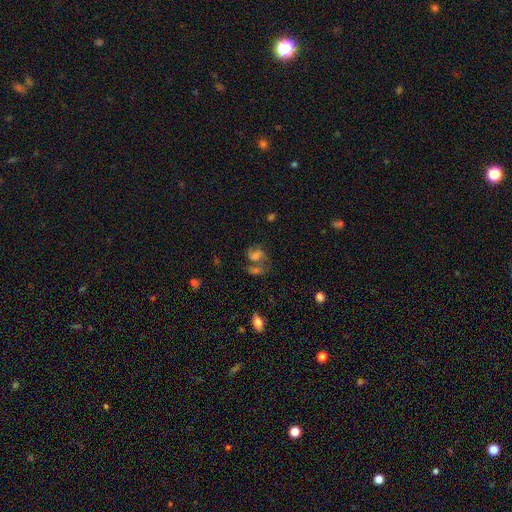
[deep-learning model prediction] A featured or disk galaxy (52%) with no bar (53%), spiral arms (83%) and a moderate central bulge (35%).

Vote fractions:
- Smooth or featured? featured or disk: 52% / smooth: 34% / star or artifact: 13%
- Edge-on disk? no: 97% / yes: 3%
- Bar? no: 53% / weak: 36% / strong: 11%
- Spiral arms? yes: 83% / no: 17%
- Bulge size? moderate: 35% / small: 22% / large: 22% / none: 18% / dominant: 4%
- Merging? none: 38% / merger: 32% / minor disturbance: 15% / major disturbance: 15%